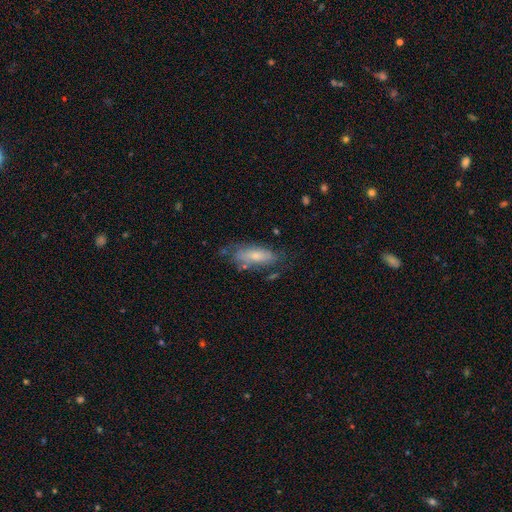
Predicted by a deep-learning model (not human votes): Smooth or featured? smooth (63%)
How rounded? in between (70%)
Merging? none (60%)